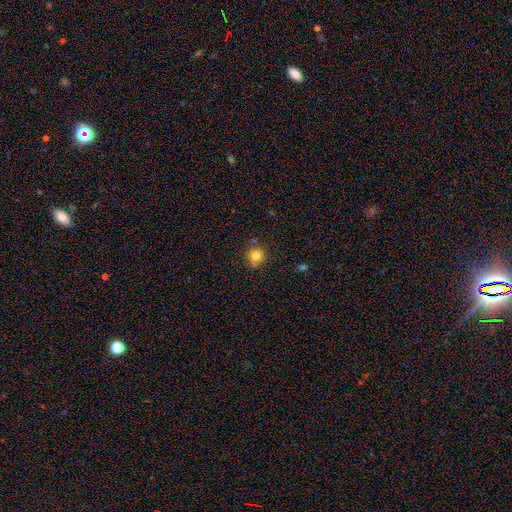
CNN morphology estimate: Q: Smooth or featured?
A: smooth (80%); runner-up: star or artifact (13%)
Q: How rounded?
A: round (93%); runner-up: in between (6%)
Q: Merging?
A: none (81%); runner-up: minor disturbance (11%)